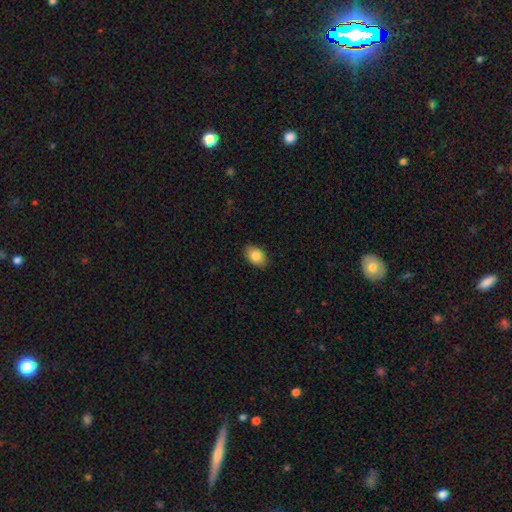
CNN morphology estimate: A smooth galaxy with no disk features (85%) that is in between round and cigar-shaped (85%).

Vote fractions:
- Smooth or featured? smooth: 85% / featured or disk: 7% / star or artifact: 7%
- How rounded? in between: 85% / round: 14% / cigar-shaped: 1%
- Merging? none: 87% / minor disturbance: 10% / major disturbance: 2% / merger: 1%